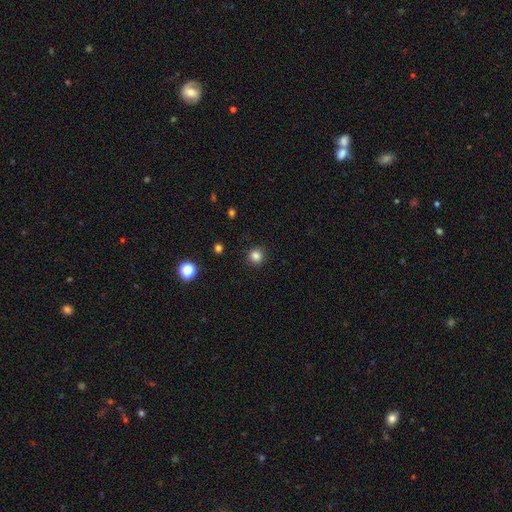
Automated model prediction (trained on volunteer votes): Smooth or featured: smooth — 84% (star or artifact — 13%)
How rounded: round — 93% (in between — 6%)
Merging: none — 91% (minor disturbance — 6%)